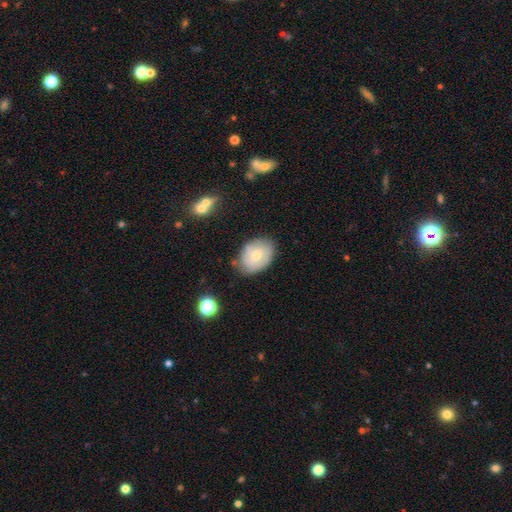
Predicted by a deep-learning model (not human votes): Smooth or featured?
  - smooth: 57% *
  - featured or disk: 35%
  - star or artifact: 8%
How rounded?
  - in between: 72% *
  - round: 26%
  - cigar-shaped: 1%
Merging?
  - none: 70% *
  - minor disturbance: 23%
  - major disturbance: 5%
  - merger: 3%